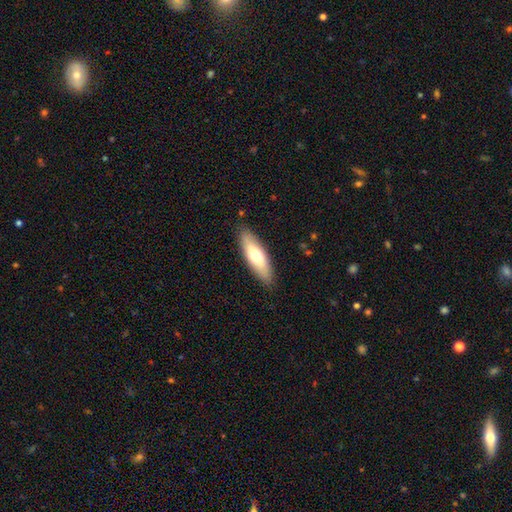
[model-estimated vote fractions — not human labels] This is likely a smooth galaxy (65%). How rounded: possibly in between (50%). Merging: clearly none (87%).